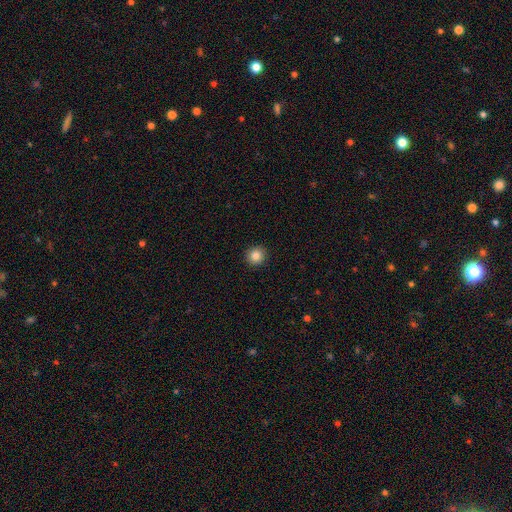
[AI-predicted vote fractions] Overall: smooth (84%). How rounded: round (93%). Merging: none (93%).